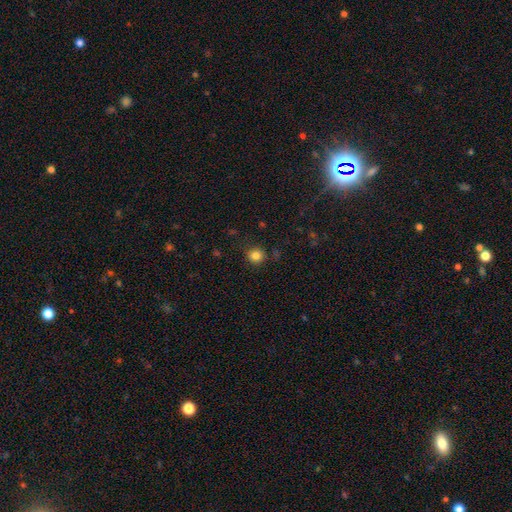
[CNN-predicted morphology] This is clearly a smooth galaxy (83%). How rounded: clearly round (90%). Merging: clearly none (88%).